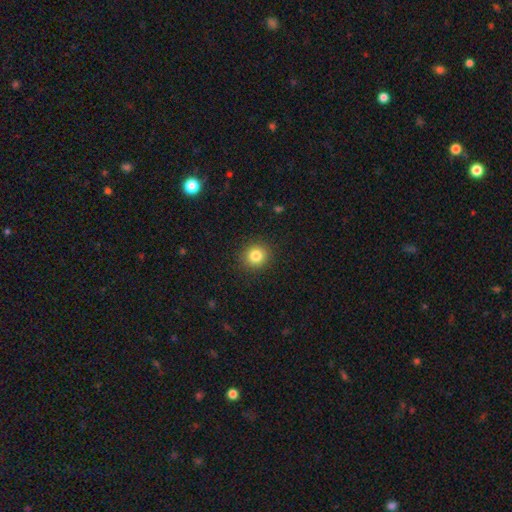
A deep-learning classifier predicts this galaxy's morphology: A smooth galaxy with no disk features (82%) that is round (88%).

Vote fractions:
- Smooth or featured? smooth: 82% / star or artifact: 11% / featured or disk: 6%
- How rounded? round: 88% / in between: 11% / cigar-shaped: 1%
- Merging? none: 91% / minor disturbance: 6% / major disturbance: 2% / merger: 1%